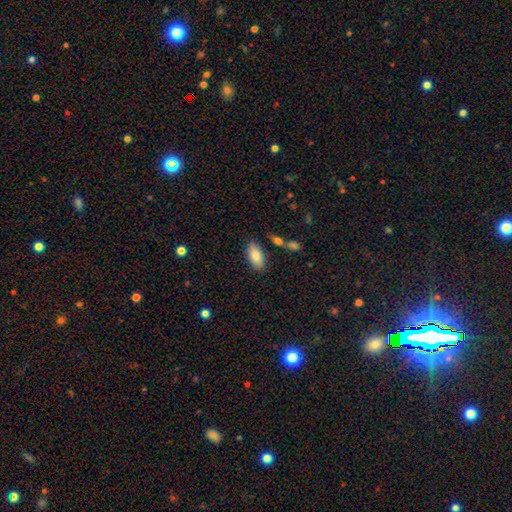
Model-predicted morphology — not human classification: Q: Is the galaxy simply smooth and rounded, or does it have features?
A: smooth — 85%.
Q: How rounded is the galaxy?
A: in between — 92%.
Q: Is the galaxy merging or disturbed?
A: none — 81%.